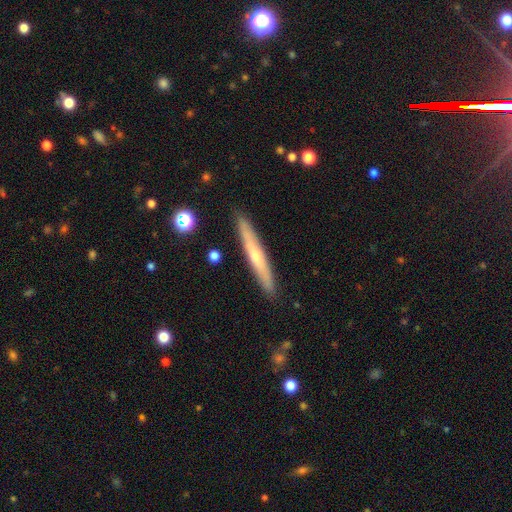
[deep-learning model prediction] This appears to be a featured or disk galaxy (50%) viewed edge-on (92%). Merging: none (89%).